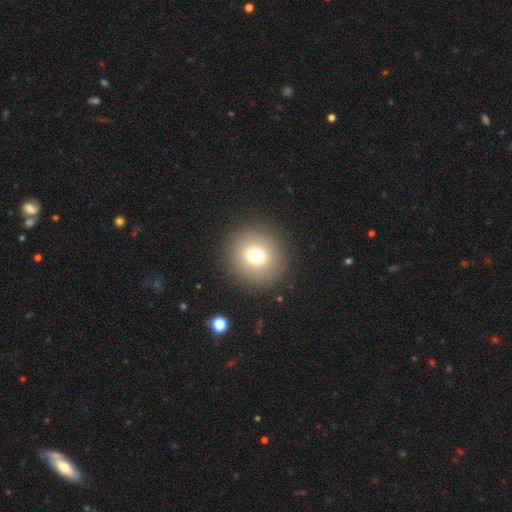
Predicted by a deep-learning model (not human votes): Smooth or featured?
  - smooth: 72% *
  - featured or disk: 15%
  - star or artifact: 13%
How rounded?
  - round: 93% *
  - in between: 6%
  - cigar-shaped: 1%
Merging?
  - none: 89% *
  - minor disturbance: 6%
  - major disturbance: 3%
  - merger: 1%